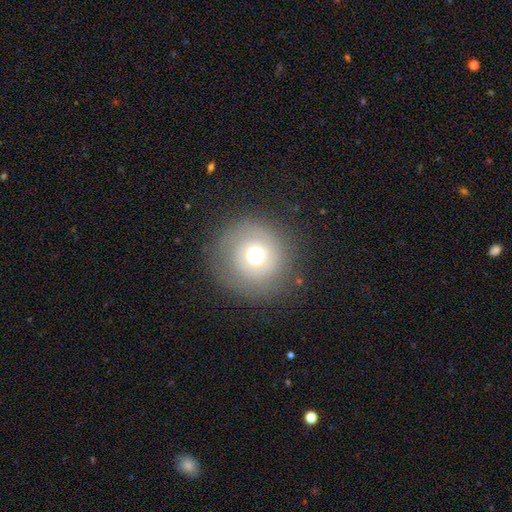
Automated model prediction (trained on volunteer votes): smooth 62%, featured or disk 22%, star or artifact 16%. Down the decision tree: how rounded — round (93%); merging — none (80%).